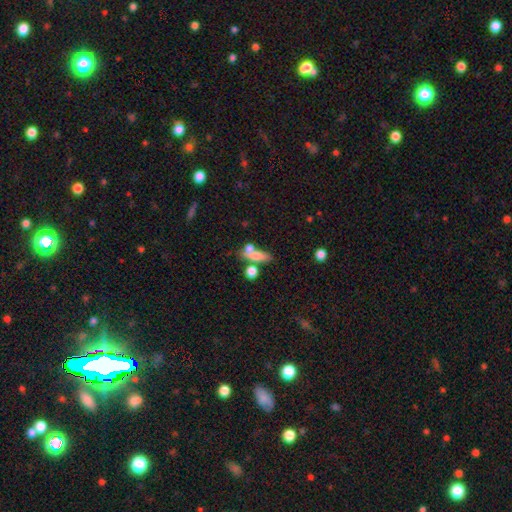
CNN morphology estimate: smooth 67%, featured or disk 22%, star or artifact 11%. Down the decision tree: how rounded — in between (58%); merging — merger (41%).